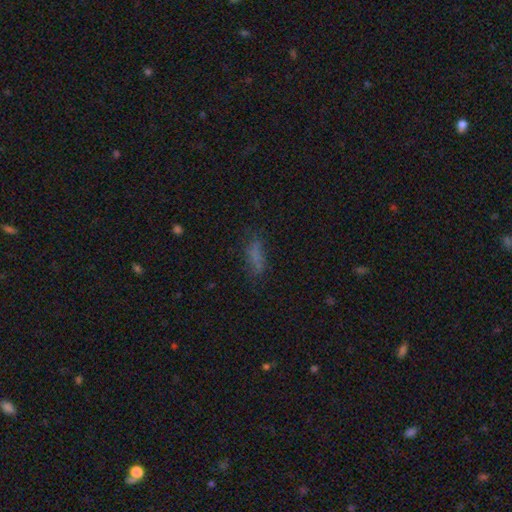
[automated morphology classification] Smooth or featured: smooth — 66% (featured or disk — 17%)
How rounded: in between — 60% (cigar-shaped — 37%)
Merging: none — 58% (minor disturbance — 23%)